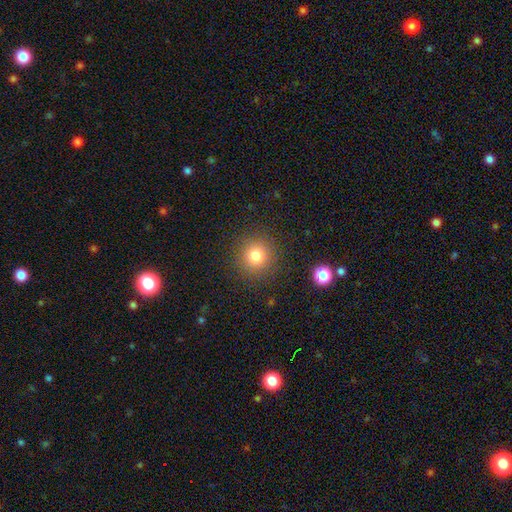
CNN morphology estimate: Smooth or featured: smooth — 79% (star or artifact — 13%)
How rounded: round — 94% (in between — 5%)
Merging: none — 89% (minor disturbance — 7%)